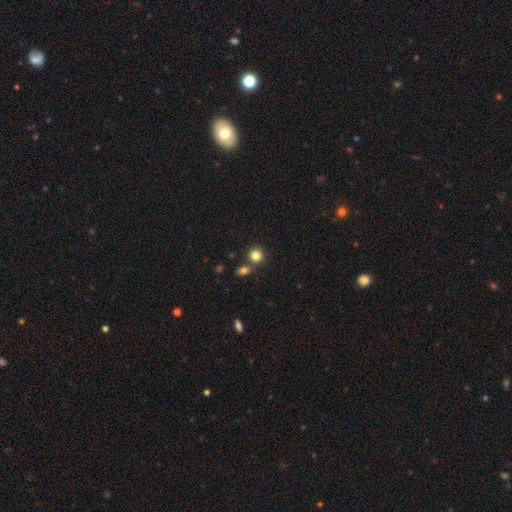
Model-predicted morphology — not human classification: Smooth or featured: smooth — 83% (star or artifact — 11%)
How rounded: round — 86% (in between — 13%)
Merging: none — 69% (merger — 19%)